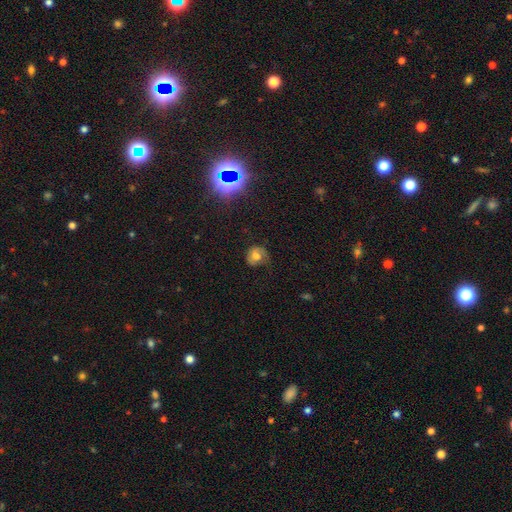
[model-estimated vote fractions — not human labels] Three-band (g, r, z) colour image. It shows a smooth galaxy with no disk features (55%) that is round (63%). Merging: none (52%).